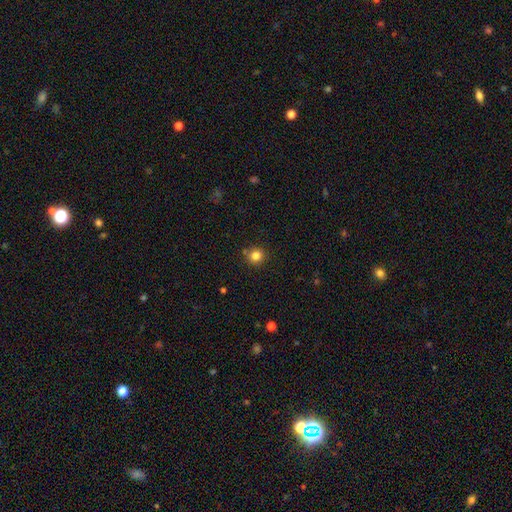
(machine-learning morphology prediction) A smooth galaxy with no disk features (82%) that is round (93%).

Vote fractions:
- Smooth or featured? smooth: 82% / star or artifact: 13% / featured or disk: 5%
- How rounded? round: 93% / in between: 6% / cigar-shaped: 1%
- Merging? none: 84% / minor disturbance: 9% / merger: 5% / major disturbance: 2%